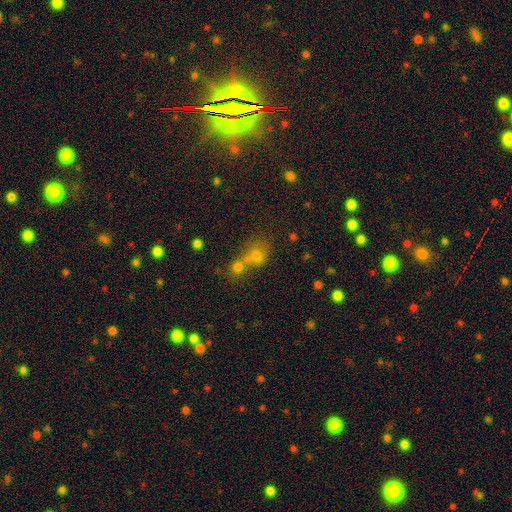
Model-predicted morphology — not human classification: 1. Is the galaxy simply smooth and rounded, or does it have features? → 59% smooth, 27% star or artifact, 14% featured or disk.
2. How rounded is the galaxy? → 73% round, 26% in between, 2% cigar-shaped.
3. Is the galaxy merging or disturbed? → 54% merger, 35% none, 7% minor disturbance, 5% major disturbance.